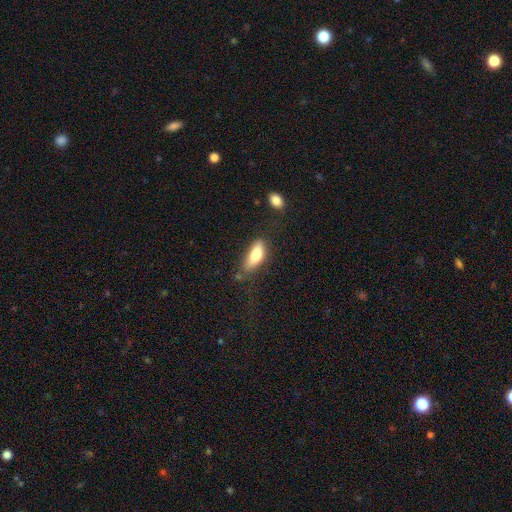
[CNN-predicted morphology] smooth 80%, featured or disk 13%, star or artifact 7%. Down the decision tree: how rounded — in between (74%); merging — none (57%).